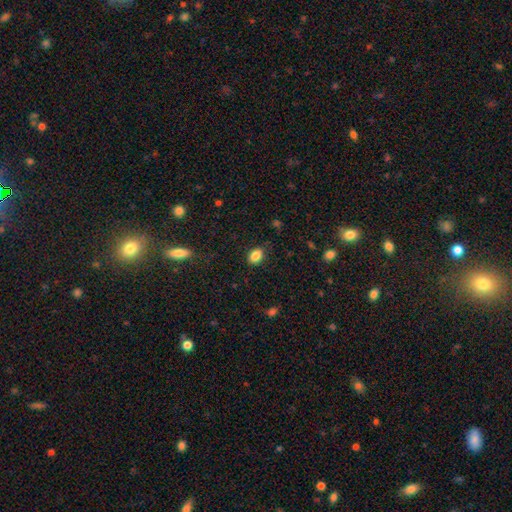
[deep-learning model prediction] Smooth or featured?
  - smooth: 86% *
  - star or artifact: 9%
  - featured or disk: 5%
How rounded?
  - in between: 79% *
  - round: 20%
  - cigar-shaped: 1%
Merging?
  - none: 84% *
  - minor disturbance: 12%
  - major disturbance: 3%
  - merger: 1%